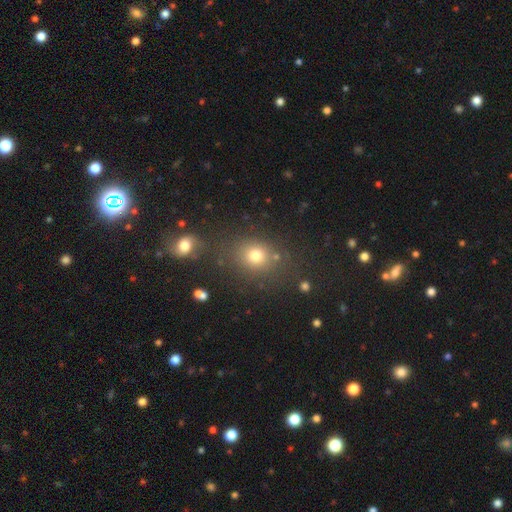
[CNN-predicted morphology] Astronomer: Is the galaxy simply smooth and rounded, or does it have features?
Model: smooth — 75%.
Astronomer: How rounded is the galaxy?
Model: round — 64%.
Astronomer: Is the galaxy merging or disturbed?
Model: none — 73%.